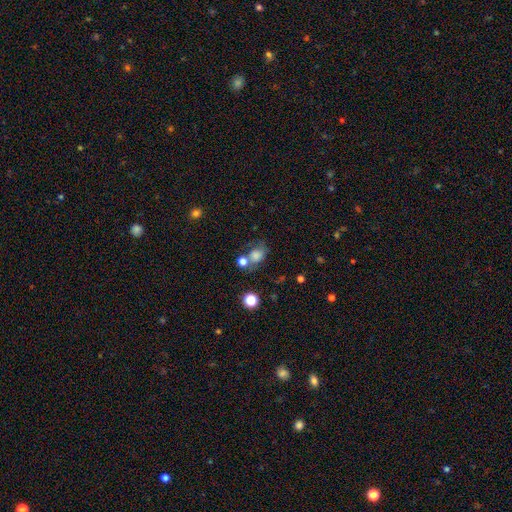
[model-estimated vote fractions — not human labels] Smooth or featured?
  - smooth: 68% *
  - featured or disk: 17%
  - star or artifact: 15%
How rounded?
  - in between: 54% *
  - round: 44%
  - cigar-shaped: 1%
Merging?
  - none: 40% *
  - merger: 25%
  - minor disturbance: 20%
  - major disturbance: 15%